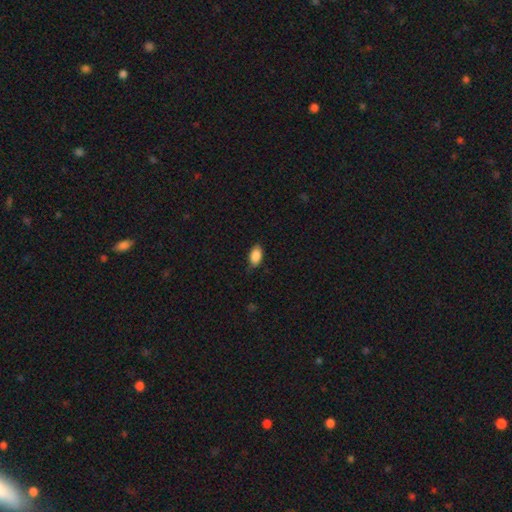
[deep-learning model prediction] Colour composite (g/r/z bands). It shows a smooth galaxy with no disk features (88%) that is in between round and cigar-shaped (92%). Merging: none (77%).